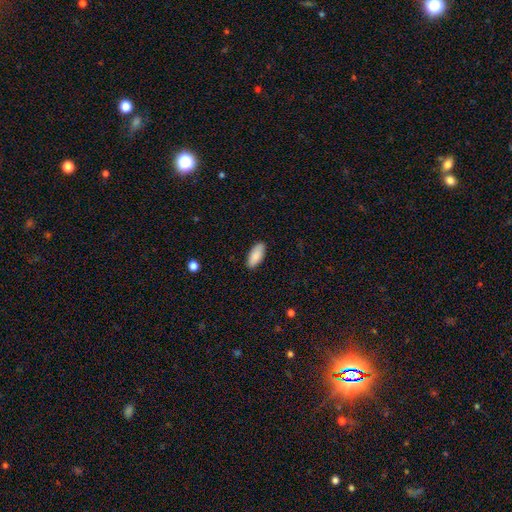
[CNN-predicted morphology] type=smooth (88%); roundness=in between (87%); merging=none (88%).